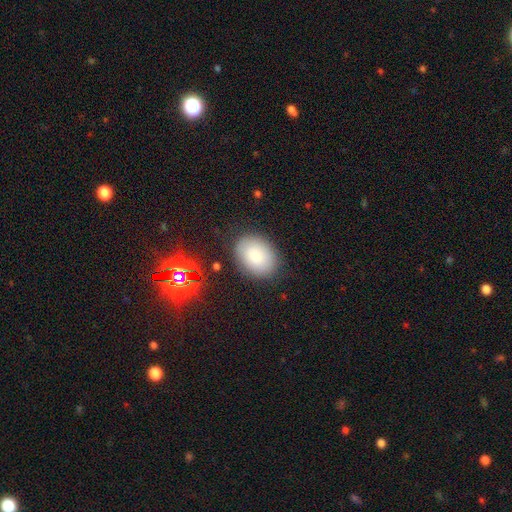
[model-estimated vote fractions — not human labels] This is likely a smooth galaxy (80%). How rounded: likely in between (71%). Merging: clearly none (83%).